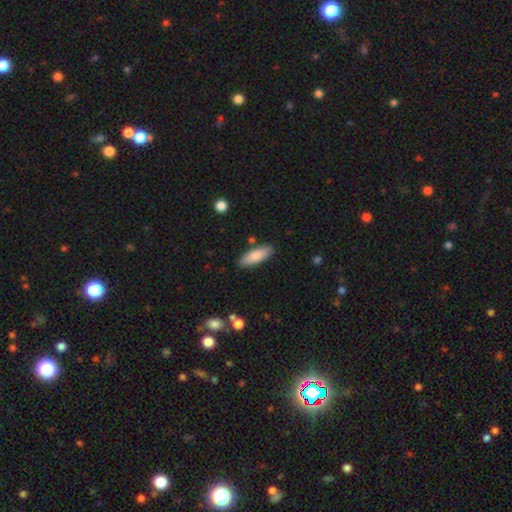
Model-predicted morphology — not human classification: Smooth or featured: smooth — 81% (featured or disk — 13%)
How rounded: in between — 64% (cigar-shaped — 35%)
Merging: none — 84% (minor disturbance — 11%)